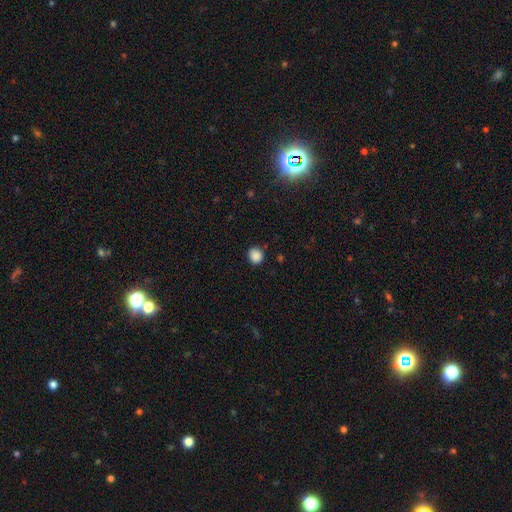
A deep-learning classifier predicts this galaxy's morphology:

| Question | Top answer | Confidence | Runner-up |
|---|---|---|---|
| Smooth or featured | smooth | 87% | star or artifact (10%) |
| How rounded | round | 78% | in between (21%) |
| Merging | none | 85% | minor disturbance (11%) |